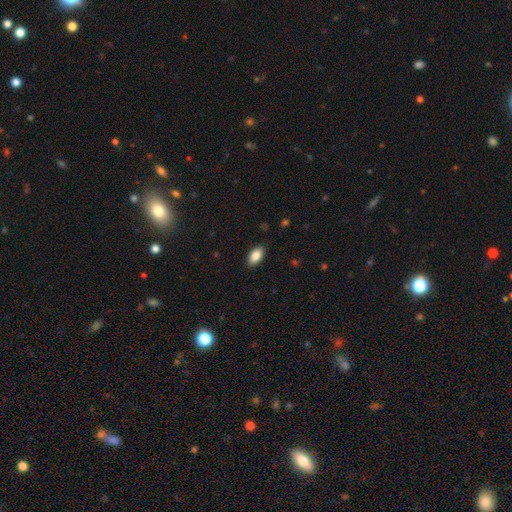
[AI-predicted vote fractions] The model was most divided on "merging": none: 88%, minor disturbance: 9%, major disturbance: 2%, merger: 1%. More confident: how rounded — in between (93%); smooth or featured — smooth (87%).